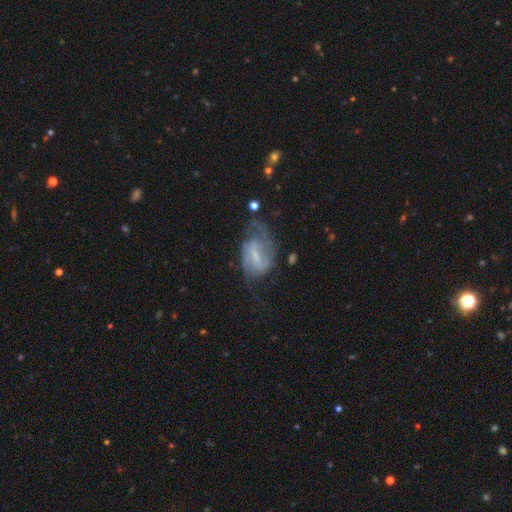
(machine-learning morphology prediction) Smooth or featured?
  - featured or disk: 74% *
  - smooth: 18%
  - star or artifact: 8%
Edge-on disk?
  - no: 96% *
  - yes: 4%
Bar?
  - weak: 48% *
  - strong: 36%
  - no: 17%
Spiral arms?
  - yes: 86% *
  - no: 14%
Spiral winding?
  - medium: 45% *
  - loose: 27%
  - tight: 27%
Spiral arm count?
  - 2: 68% *
  - can't tell: 18%
  - 1: 7%
  - 3: 4%
  - 4: 2%
  - more than 4: 2%
Bulge size?
  - small: 39% *
  - none: 32%
  - moderate: 23%
  - large: 5%
  - dominant: 1%
Merging?
  - none: 48% *
  - major disturbance: 25%
  - minor disturbance: 23%
  - merger: 3%